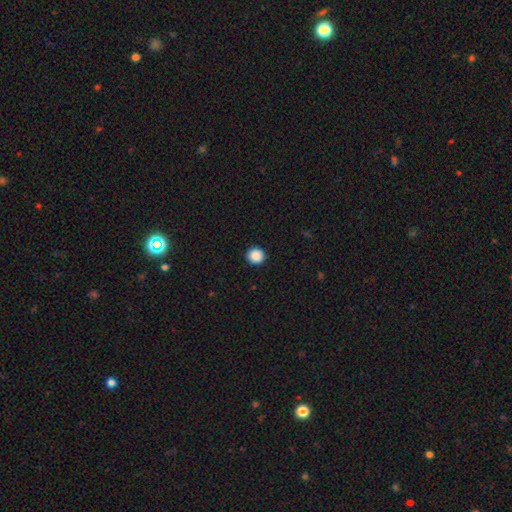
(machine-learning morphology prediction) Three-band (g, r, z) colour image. It shows a smooth galaxy with no disk features (89%) that is round (93%). Merging: none (92%).